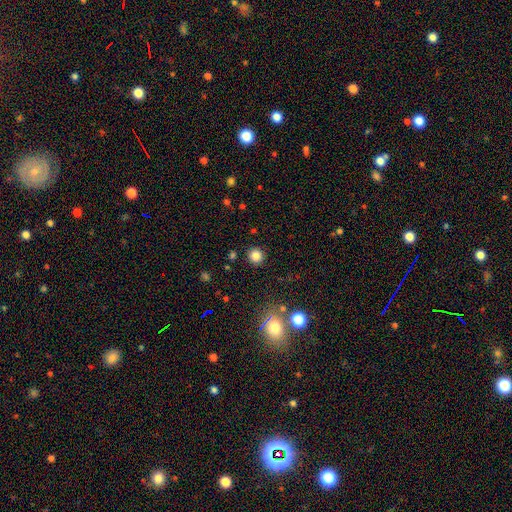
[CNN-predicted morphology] Smooth or featured: smooth — 82% (star or artifact — 13%)
How rounded: round — 94% (in between — 5%)
Merging: none — 91% (minor disturbance — 5%)